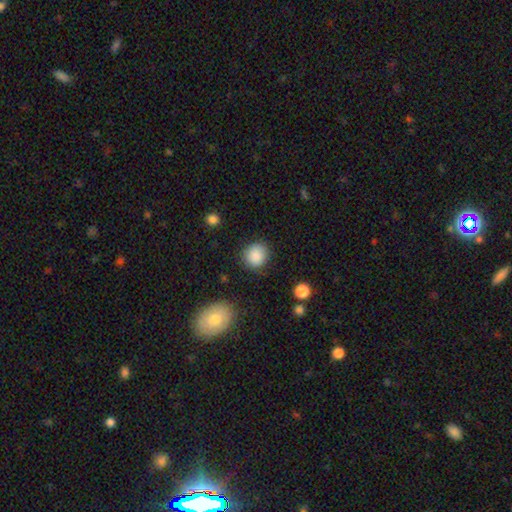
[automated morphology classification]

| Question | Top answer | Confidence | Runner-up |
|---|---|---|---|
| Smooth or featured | smooth | 87% | star or artifact (9%) |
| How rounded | round | 83% | in between (16%) |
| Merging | none | 84% | minor disturbance (11%) |